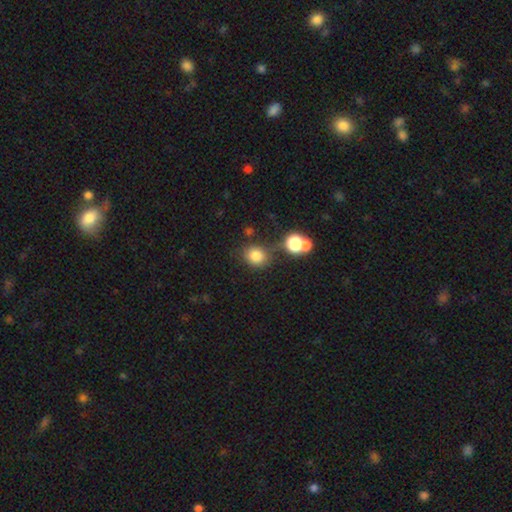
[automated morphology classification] smooth_or_featured: smooth (p=0.80) [alt: star or artifact p=0.13]
how_rounded: round (p=0.76) [alt: in between p=0.23]
merging: none (p=0.71) [alt: minor disturbance p=0.13]